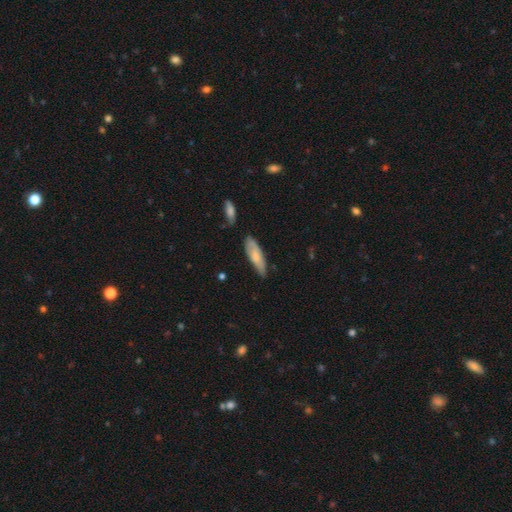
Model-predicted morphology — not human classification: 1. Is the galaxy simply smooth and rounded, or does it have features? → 67% smooth, 27% featured or disk, 6% star or artifact.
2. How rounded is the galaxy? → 52% in between, 47% cigar-shaped, 2% round.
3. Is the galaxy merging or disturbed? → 65% none, 27% minor disturbance, 5% major disturbance, 3% merger.